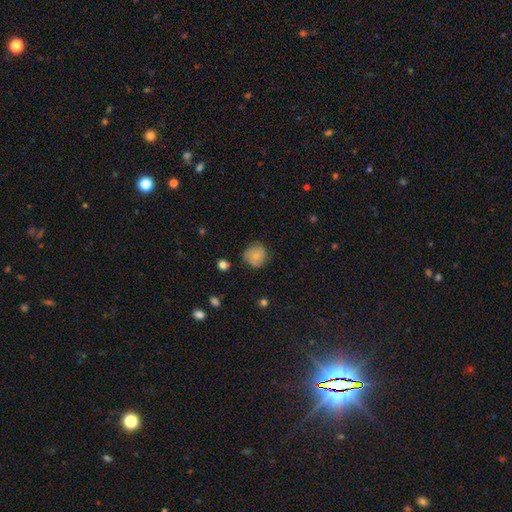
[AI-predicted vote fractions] Smooth or featured? Predicted: smooth (p=0.58). How rounded? Predicted: round (p=0.85). Merging? Predicted: none (p=0.72).